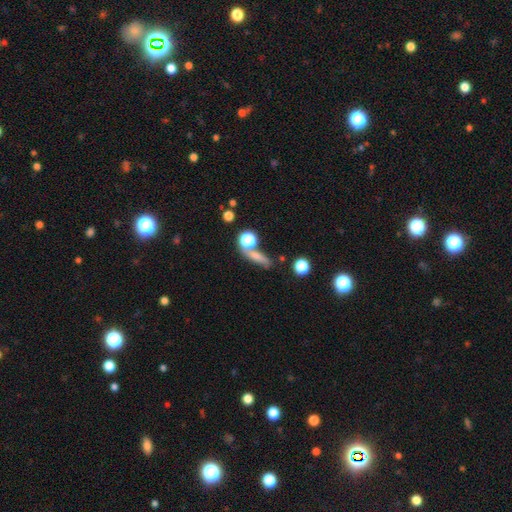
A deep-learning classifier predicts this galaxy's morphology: Overall: smooth (63%). How rounded: cigar-shaped (49%; in between 29%). Merging: none (54%; merger 21%).